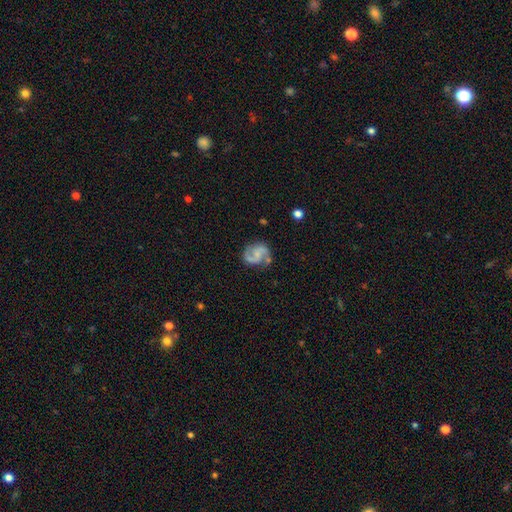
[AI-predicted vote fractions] This is clearly a featured or disk galaxy (82%). It is clearly not viewed edge-on (98%). Bar: possibly no (49%). Spiral arm pattern: clearly yes (96%). Spiral arm count: clearly 2 (92%). Spiral winding: possibly medium (53%). Central bulge: marginally small (43%). Merging: likely none (74%).